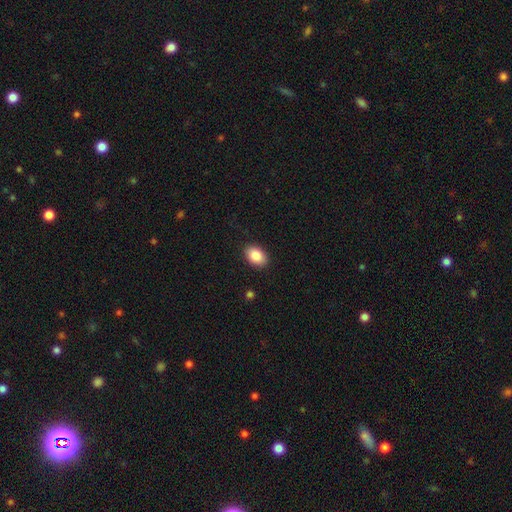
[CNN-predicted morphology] smooth 87%, star or artifact 7%, featured or disk 6%. Down the decision tree: how rounded — in between (84%); merging — none (89%).